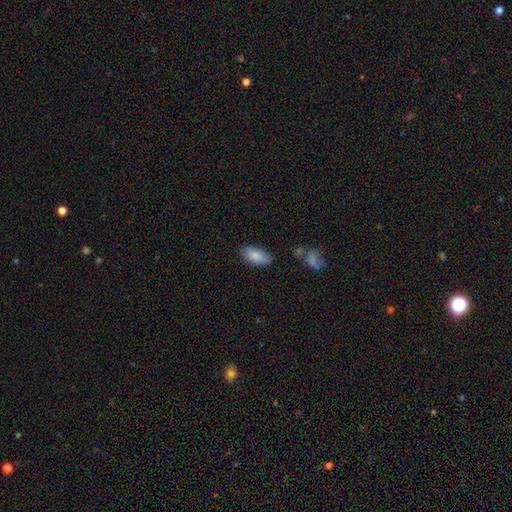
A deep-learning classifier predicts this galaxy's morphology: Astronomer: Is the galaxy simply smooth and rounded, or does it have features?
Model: smooth — 86%.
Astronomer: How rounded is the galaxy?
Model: in between — 91%.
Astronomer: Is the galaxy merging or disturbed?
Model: none — 79%.